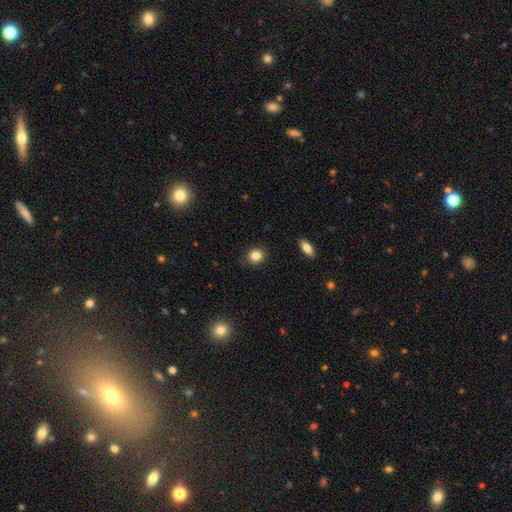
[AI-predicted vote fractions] A smooth galaxy with no disk features (84%) that is round (70%).

Vote fractions:
- Smooth or featured? smooth: 84% / star or artifact: 10% / featured or disk: 6%
- How rounded? round: 70% / in between: 29% / cigar-shaped: 1%
- Merging? none: 85% / minor disturbance: 11% / major disturbance: 2% / merger: 1%